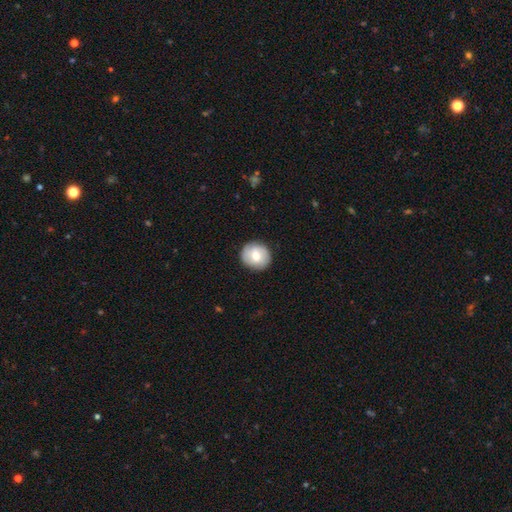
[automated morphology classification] This appears to be a smooth galaxy with no disk features (66%) that is round (90%). Merging: none (88%).